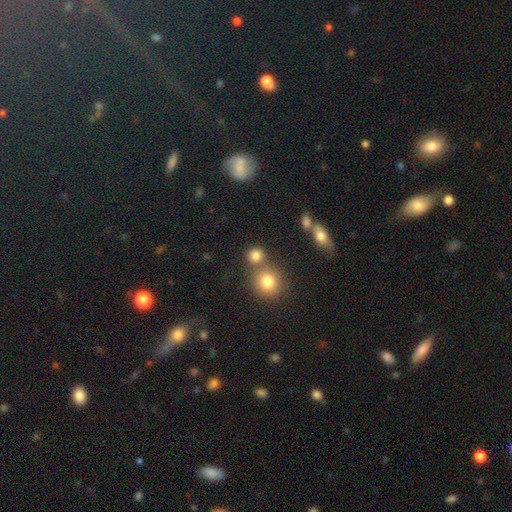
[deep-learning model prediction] This is clearly a smooth galaxy (81%). How rounded: clearly round (86%). Merging: likely none (66%).